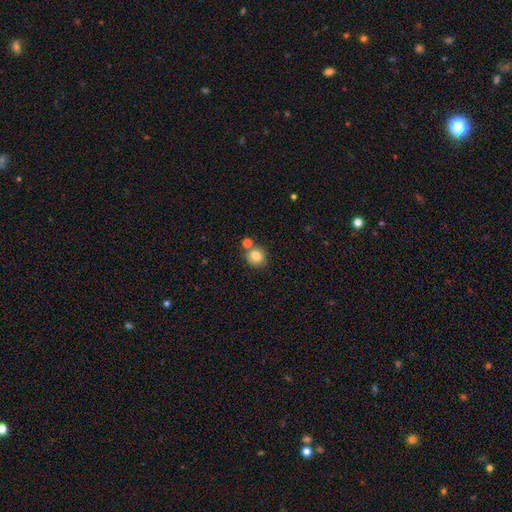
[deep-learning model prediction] smooth 81%, star or artifact 10%, featured or disk 9%. Down the decision tree: how rounded — round (82%); merging — none (68%).